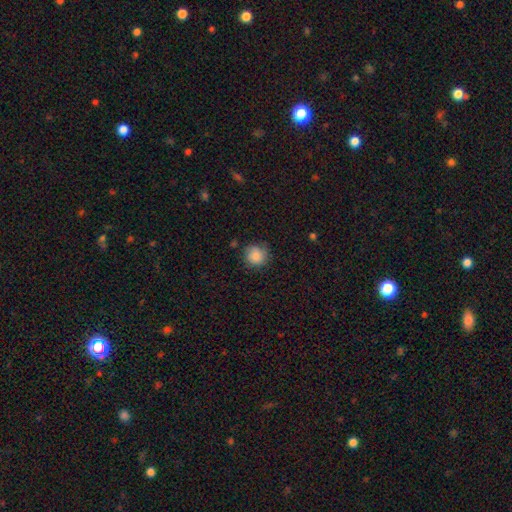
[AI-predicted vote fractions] Morphology: type=smooth (83%); roundness=round (90%); merging=none (71%).